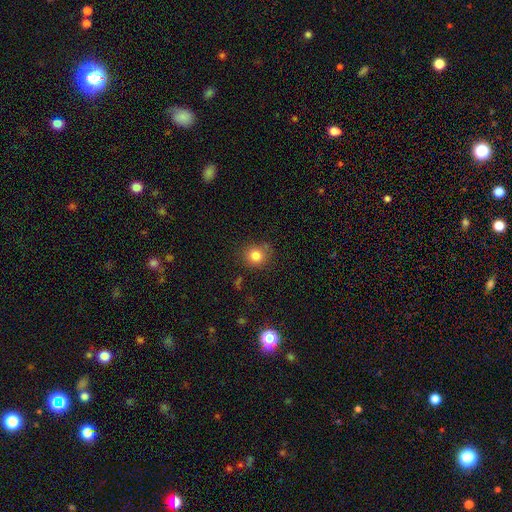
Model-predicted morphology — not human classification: The model was most divided on "merging": none: 79%, minor disturbance: 13%, major disturbance: 4%, merger: 4%. More confident: how rounded — round (86%); smooth or featured — smooth (82%).